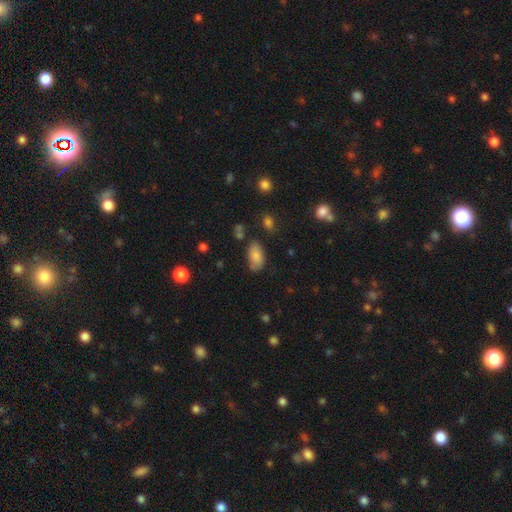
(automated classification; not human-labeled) A smooth galaxy with no disk features (83%) that is in between round and cigar-shaped (93%).

Vote fractions:
- Smooth or featured? smooth: 83% / featured or disk: 9% / star or artifact: 8%
- How rounded? in between: 93% / round: 4% / cigar-shaped: 3%
- Merging? none: 69% / minor disturbance: 21% / major disturbance: 5% / merger: 4%